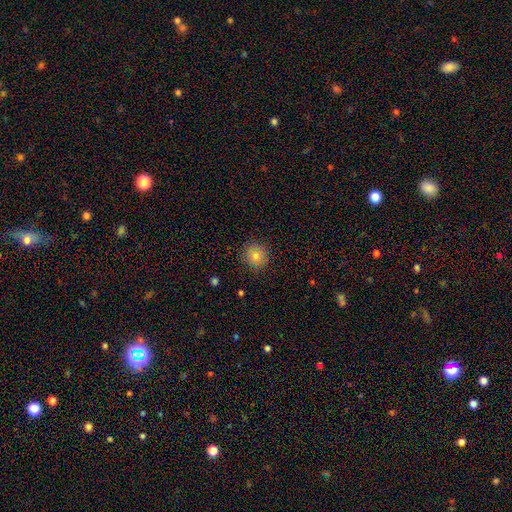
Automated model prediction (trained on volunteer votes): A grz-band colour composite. It shows a smooth galaxy with no disk features (81%) that is round (88%). Merging: none (86%).